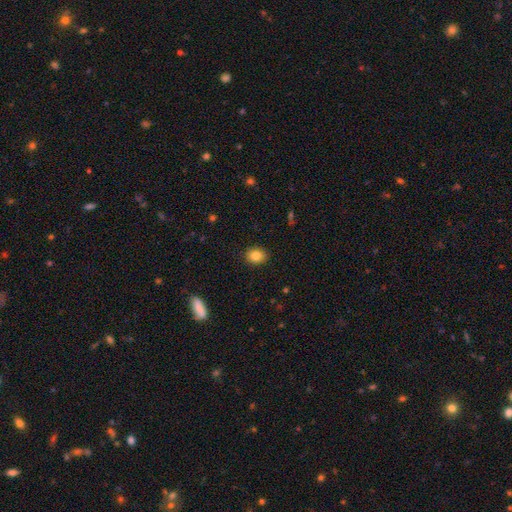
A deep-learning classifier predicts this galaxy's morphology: The model was most divided on "how rounded": round: 53%, in between: 46%, cigar-shaped: 1%. More confident: merging — none (89%); smooth or featured — smooth (84%).